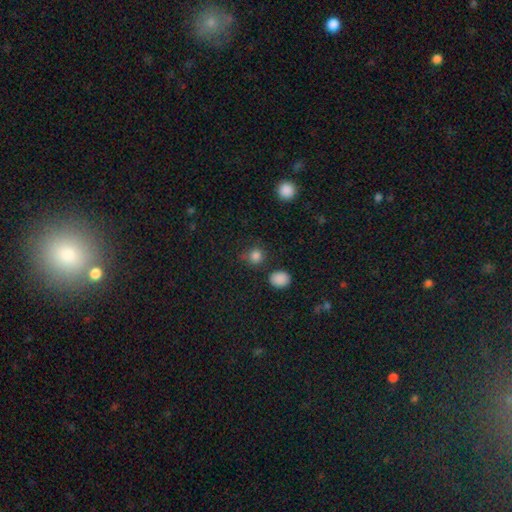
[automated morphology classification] This appears to be a smooth galaxy with no disk features (82%) that is round (87%). Merging: none (77%).